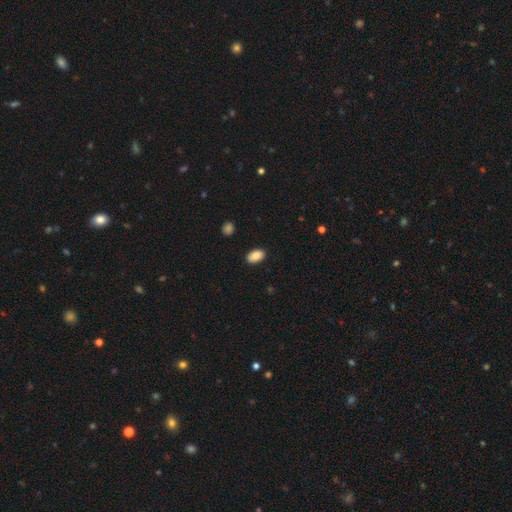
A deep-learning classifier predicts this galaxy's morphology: Smooth or featured: smooth — 89% (star or artifact — 7%)
How rounded: in between — 92% (round — 6%)
Merging: none — 89% (minor disturbance — 8%)